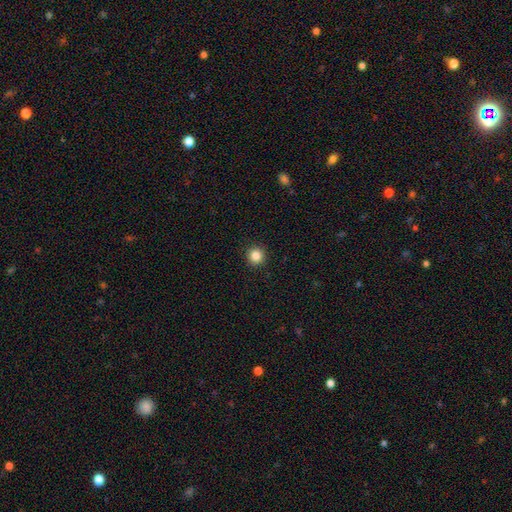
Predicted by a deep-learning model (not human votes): smooth-or-featured: smooth: 85% | star or artifact: 11% | featured or disk: 4%
  how-rounded: round: 95% | in between: 4% | cigar-shaped: 1%
  merging: none: 92% | minor disturbance: 5% | major disturbance: 2% | merger: 1%